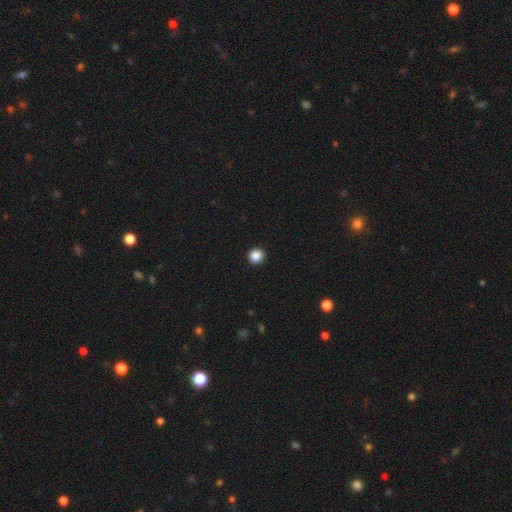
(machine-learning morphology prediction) Smooth or featured?
  - smooth: 87% *
  - star or artifact: 10%
  - featured or disk: 3%
How rounded?
  - round: 93% *
  - in between: 6%
  - cigar-shaped: 1%
Merging?
  - none: 94% *
  - minor disturbance: 4%
  - major disturbance: 1%
  - merger: 1%